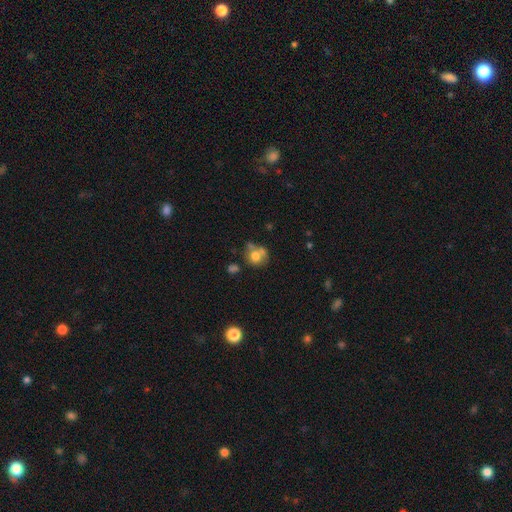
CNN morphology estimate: Smooth or featured? Predicted: smooth (p=0.70). How rounded? Predicted: round (p=0.73). Merging? Predicted: none (p=0.41).